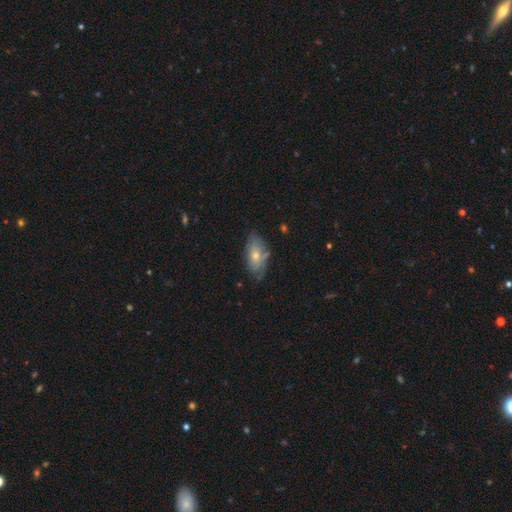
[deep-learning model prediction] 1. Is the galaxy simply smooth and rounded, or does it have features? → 52% smooth, 38% featured or disk, 10% star or artifact.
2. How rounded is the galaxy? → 87% in between, 8% cigar-shaped, 5% round.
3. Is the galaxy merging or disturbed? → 68% none, 25% minor disturbance, 5% major disturbance, 3% merger.